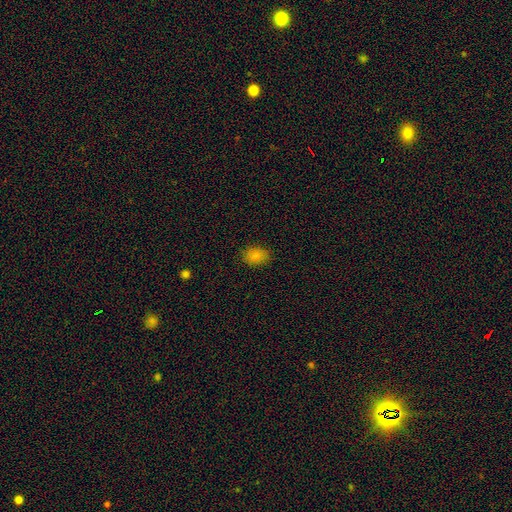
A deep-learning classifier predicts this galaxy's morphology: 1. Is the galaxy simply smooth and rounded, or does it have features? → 81% smooth, 11% star or artifact, 8% featured or disk.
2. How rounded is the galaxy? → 60% in between, 39% round, 1% cigar-shaped.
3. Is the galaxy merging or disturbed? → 86% none, 11% minor disturbance, 2% major disturbance, 1% merger.